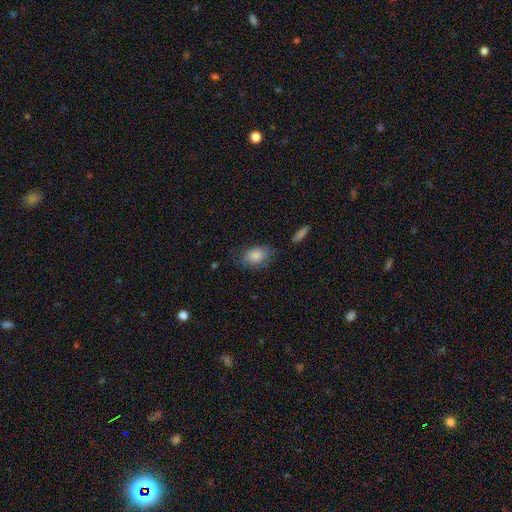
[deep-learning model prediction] smooth_or_featured: smooth (p=0.83) [alt: featured or disk p=0.09]
how_rounded: in between (p=0.83) [alt: round p=0.15]
merging: none (p=0.70) [alt: minor disturbance p=0.22]